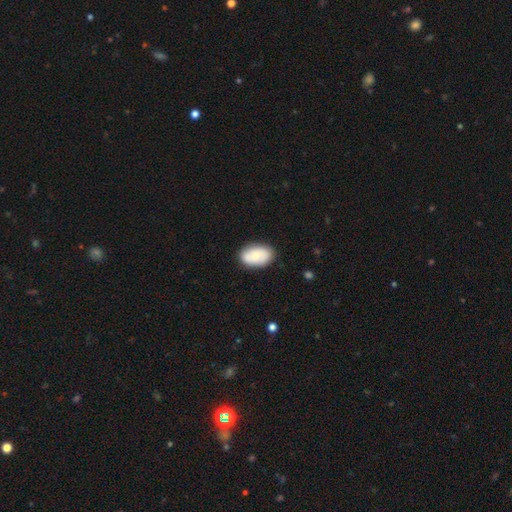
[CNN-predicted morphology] Smooth or featured? smooth (67%)
How rounded? in between (90%)
Merging? none (83%)